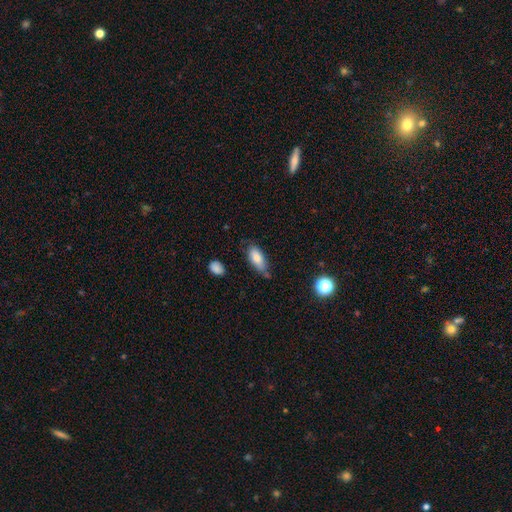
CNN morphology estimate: A smooth galaxy with no disk features (78%) that is in between round and cigar-shaped (85%).

Vote fractions:
- Smooth or featured? smooth: 78% / featured or disk: 15% / star or artifact: 7%
- How rounded? in between: 85% / cigar-shaped: 12% / round: 3%
- Merging? none: 56% / minor disturbance: 32% / major disturbance: 7% / merger: 5%